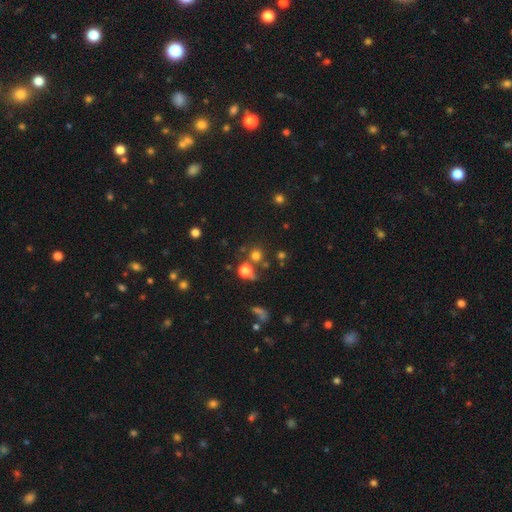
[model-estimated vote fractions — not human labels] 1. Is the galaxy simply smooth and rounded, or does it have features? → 70% smooth, 22% star or artifact, 8% featured or disk.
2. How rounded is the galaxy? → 92% round, 7% in between, 1% cigar-shaped.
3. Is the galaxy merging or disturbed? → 69% none, 19% merger, 8% minor disturbance, 4% major disturbance.